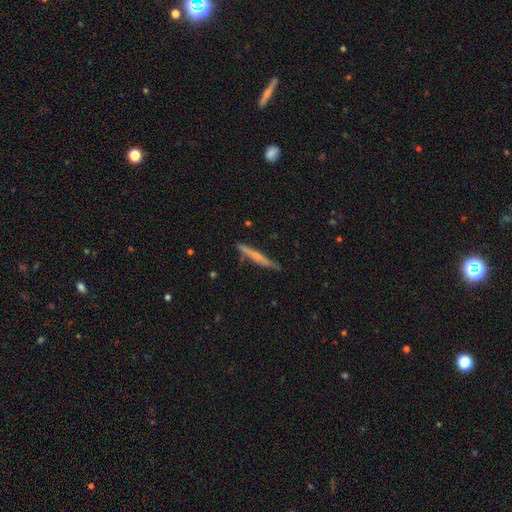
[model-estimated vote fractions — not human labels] A featured or disk galaxy (48%). Merging: none (82%).